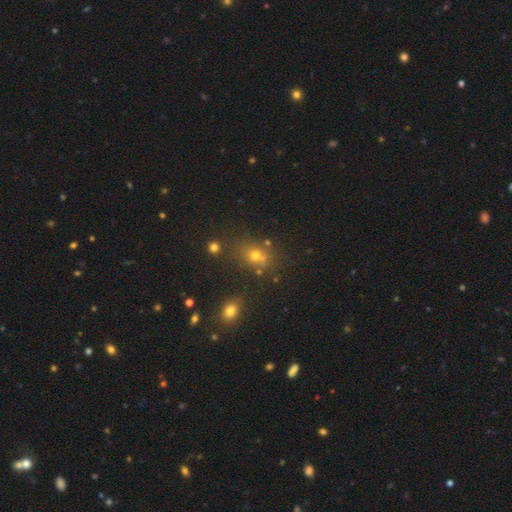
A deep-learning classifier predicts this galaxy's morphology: Smooth or featured? Predicted: smooth (p=0.62). How rounded? Predicted: round (p=0.54). Merging? Predicted: none (p=0.64).